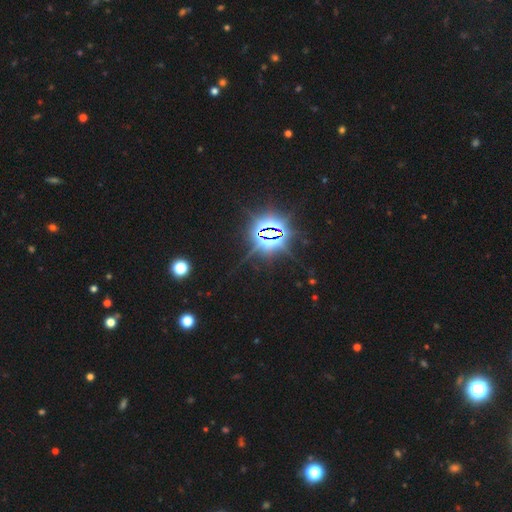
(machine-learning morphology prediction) Smooth or featured? star or artifact (85%)